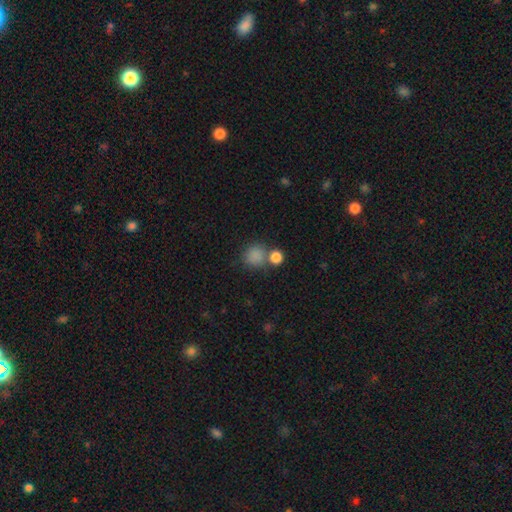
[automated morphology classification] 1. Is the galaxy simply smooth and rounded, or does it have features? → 83% smooth, 11% star or artifact, 6% featured or disk.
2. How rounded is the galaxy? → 84% round, 15% in between, 1% cigar-shaped.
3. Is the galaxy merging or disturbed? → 58% none, 26% merger, 11% minor disturbance, 5% major disturbance.